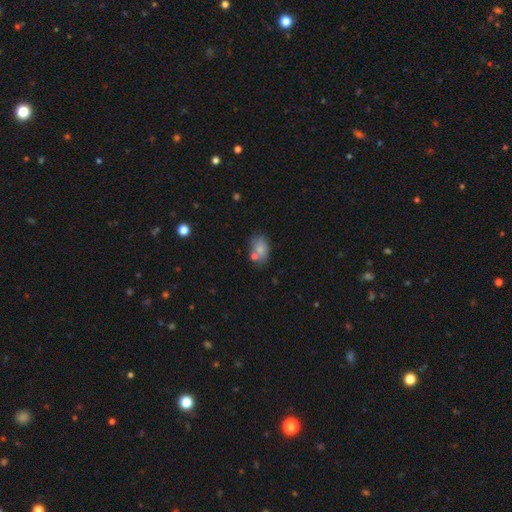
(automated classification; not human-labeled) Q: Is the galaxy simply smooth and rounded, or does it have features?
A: smooth — 70%.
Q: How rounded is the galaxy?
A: in between — 79%.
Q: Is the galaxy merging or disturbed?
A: none — 63%.